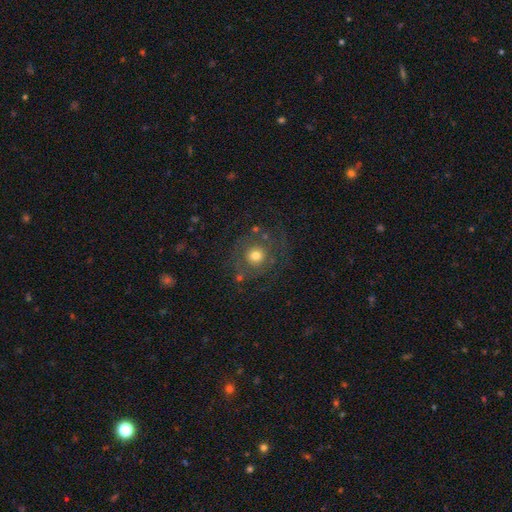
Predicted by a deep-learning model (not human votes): The model was most divided on "smooth or featured": smooth: 56%, featured or disk: 31%, star or artifact: 13%. More confident: how rounded — round (91%); merging — none (70%).